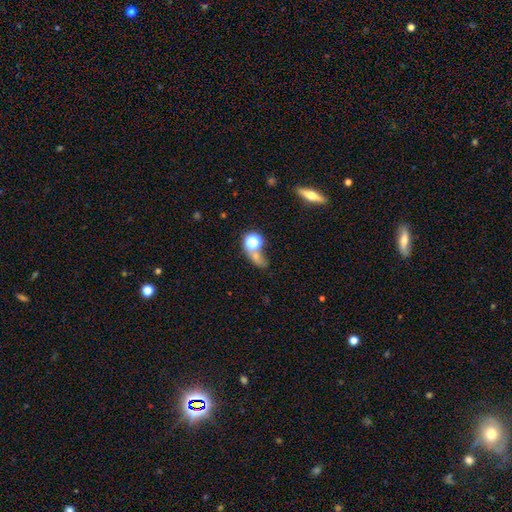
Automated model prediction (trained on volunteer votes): This is possibly a smooth galaxy (51%). How rounded: likely round (60%). Merging: possibly none (53%).